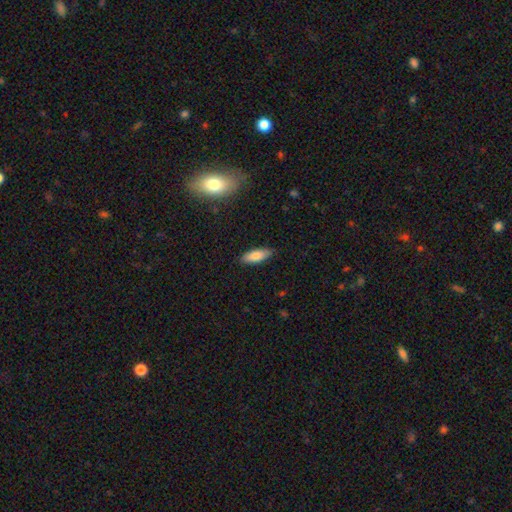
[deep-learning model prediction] Smooth or featured: smooth — 82% (featured or disk — 12%)
How rounded: in between — 68% (cigar-shaped — 30%)
Merging: none — 86% (minor disturbance — 11%)